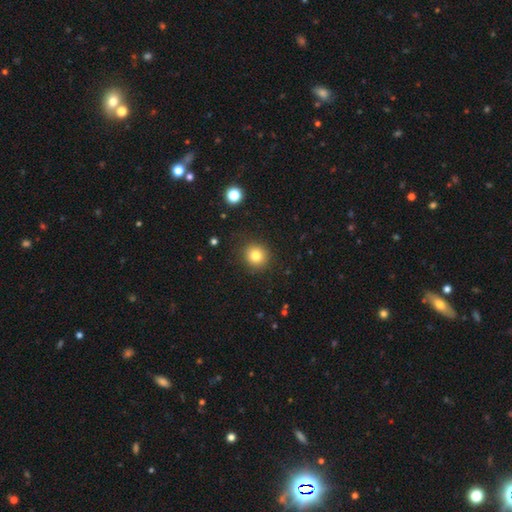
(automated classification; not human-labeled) Morphology: type=smooth (80%); roundness=round (88%); merging=none (89%).